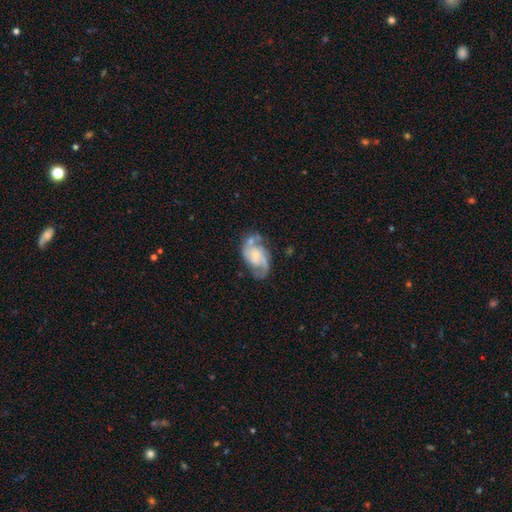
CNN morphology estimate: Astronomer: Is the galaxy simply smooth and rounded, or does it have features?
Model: featured or disk — 76%.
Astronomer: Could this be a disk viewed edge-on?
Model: no — 97%.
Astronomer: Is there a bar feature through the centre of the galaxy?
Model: no — 55% (runner-up: weak, 38%).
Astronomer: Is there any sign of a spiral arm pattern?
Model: yes — 91%.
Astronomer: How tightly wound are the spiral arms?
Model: medium — 50% (runner-up: loose, 28%).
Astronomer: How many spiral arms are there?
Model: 2 — 72%.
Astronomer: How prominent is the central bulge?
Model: small — 46% (runner-up: moderate, 29%).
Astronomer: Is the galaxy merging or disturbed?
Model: none — 51%.